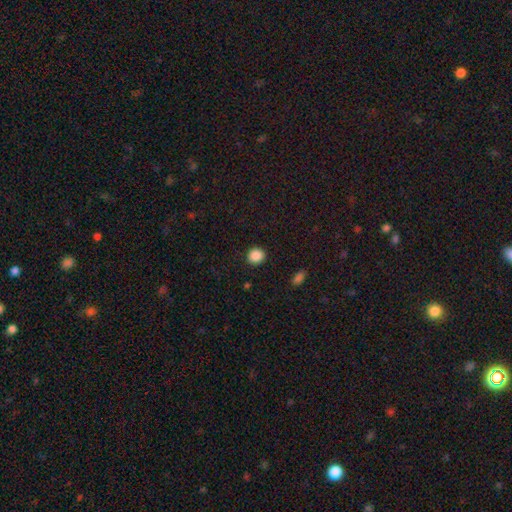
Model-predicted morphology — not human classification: Smooth or featured: smooth — 88% (star or artifact — 9%)
How rounded: round — 83% (in between — 16%)
Merging: none — 91% (minor disturbance — 6%)